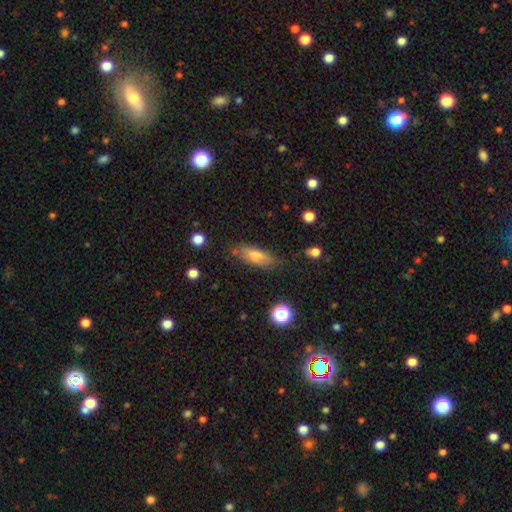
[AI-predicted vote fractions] The model was most divided on "how rounded": in between: 67%, cigar-shaped: 30%, round: 3%. More confident: merging — none (74%); smooth or featured — smooth (71%).